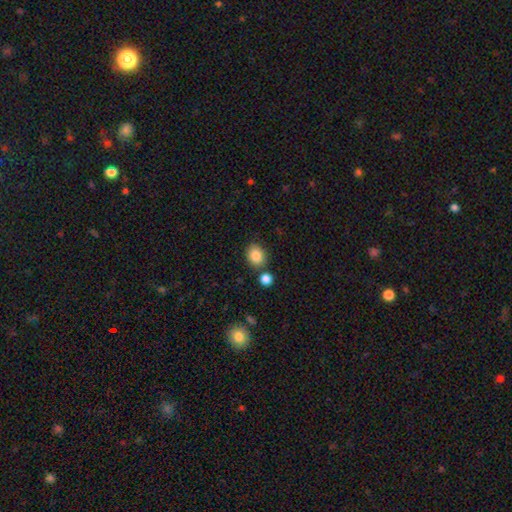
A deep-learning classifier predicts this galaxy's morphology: Smooth or featured? Predicted: smooth (p=0.85). How rounded? Predicted: round (p=0.52). Merging? Predicted: none (p=0.76).